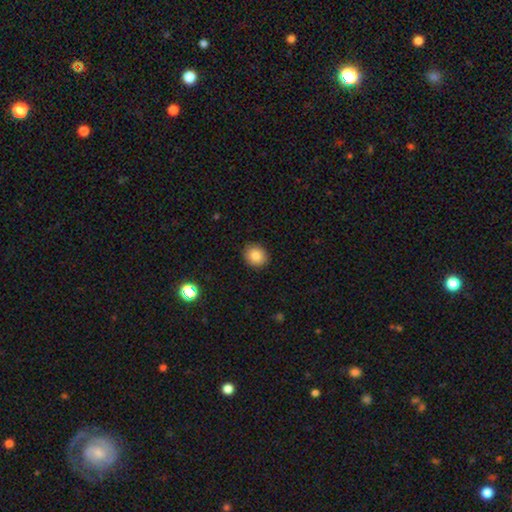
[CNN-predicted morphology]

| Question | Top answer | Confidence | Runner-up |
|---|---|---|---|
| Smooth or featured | smooth | 84% | star or artifact (9%) |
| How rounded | round | 74% | in between (25%) |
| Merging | none | 88% | minor disturbance (9%) |